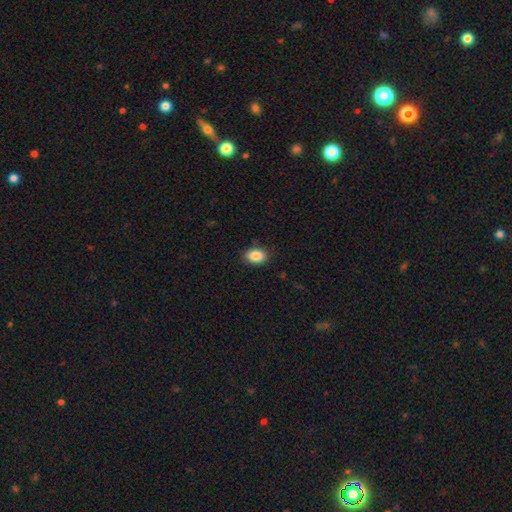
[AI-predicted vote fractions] The model was most divided on "how rounded": in between: 83%, round: 16%, cigar-shaped: 1%. More confident: smooth or featured — smooth (88%); merging — none (87%).